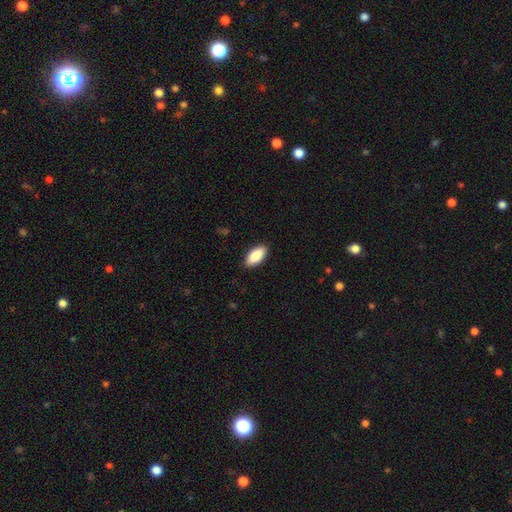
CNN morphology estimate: type=smooth (88%); roundness=in between (91%); merging=none (89%).